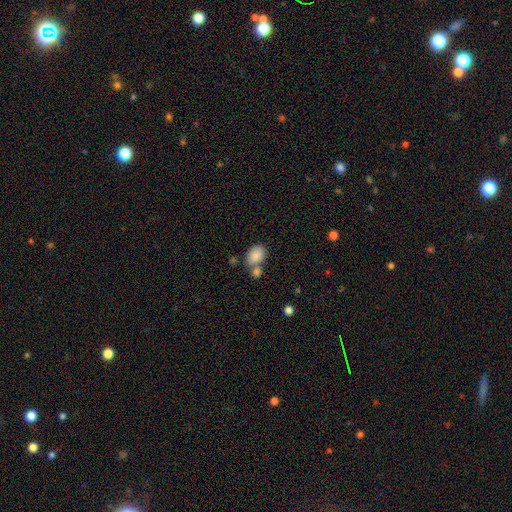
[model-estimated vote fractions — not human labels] This appears to be a smooth galaxy with no disk features (86%) that is in between round and cigar-shaped (81%). Merging: none (51%).